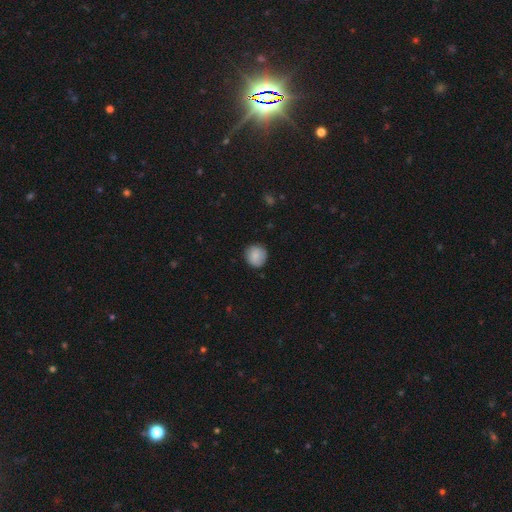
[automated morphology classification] This is clearly a smooth galaxy (86%). How rounded: clearly round (92%). Merging: clearly none (86%).